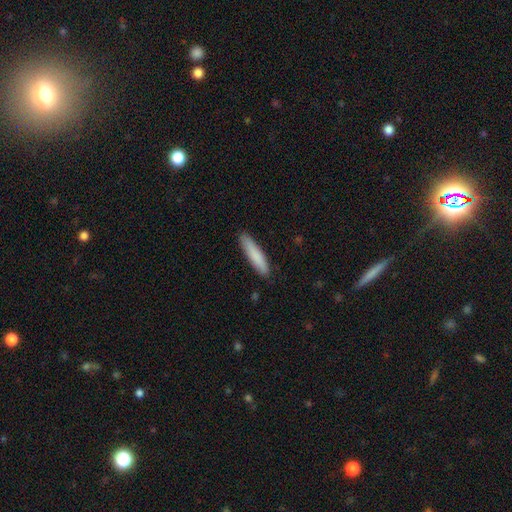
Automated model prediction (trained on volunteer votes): Smooth or featured? smooth (84%)
How rounded? cigar-shaped (86%)
Merging? none (87%)